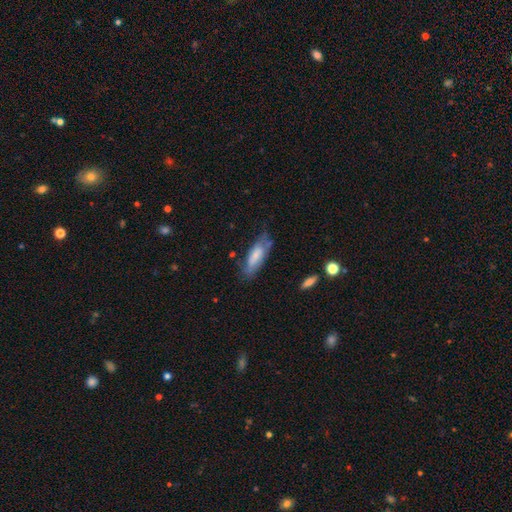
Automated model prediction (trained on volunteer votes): Morphology: type=smooth (60%); roundness=in between (61%); merging=none (54%).